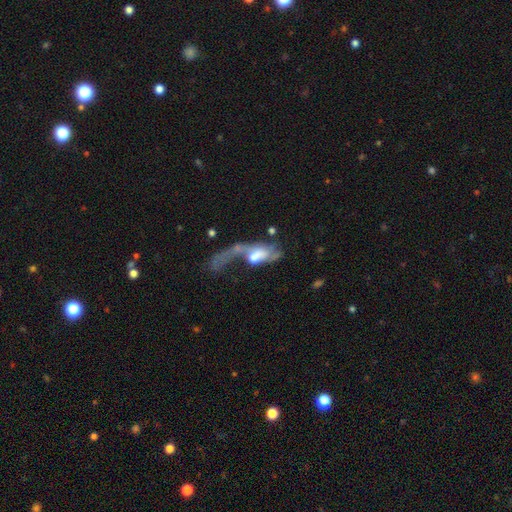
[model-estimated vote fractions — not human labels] smooth-or-featured: featured or disk: 59% | smooth: 33% | star or artifact: 8%
  disk-edge-on: no: 90% | yes: 10%
    bar: no: 62% | weak: 29% | strong: 9%
    has-spiral-arms: yes: 57% | no: 43%
    bulge-size: moderate: 42% | large: 27% | small: 17% | none: 10% | dominant: 5%
  merging: major disturbance: 61% | merger: 19% | none: 11% | minor disturbance: 8%